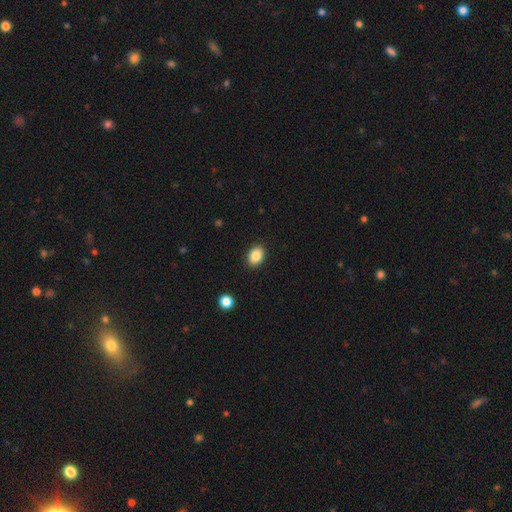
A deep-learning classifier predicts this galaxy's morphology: Smooth or featured? smooth (87%)
How rounded? in between (74%)
Merging? none (90%)